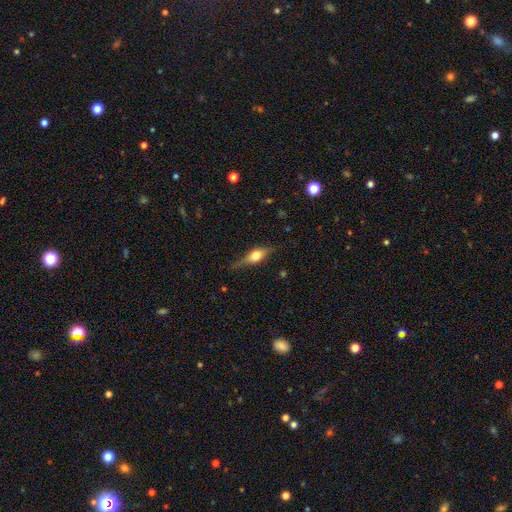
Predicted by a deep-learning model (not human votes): This appears to be a featured or disk galaxy (51%) viewed edge-on (90%). Merging: none (71%).